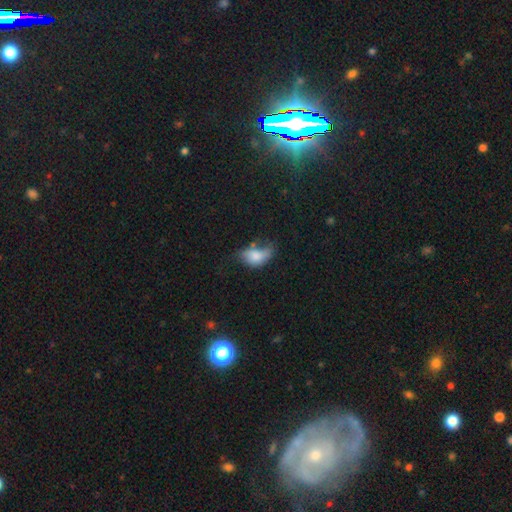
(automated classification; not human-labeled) A smooth galaxy with no disk features (75%) that is in between round and cigar-shaped (88%).

Vote fractions:
- Smooth or featured? smooth: 75% / featured or disk: 16% / star or artifact: 9%
- How rounded? in between: 88% / round: 10% / cigar-shaped: 2%
- Merging? minor disturbance: 35% / major disturbance: 27% / none: 26% / merger: 12%